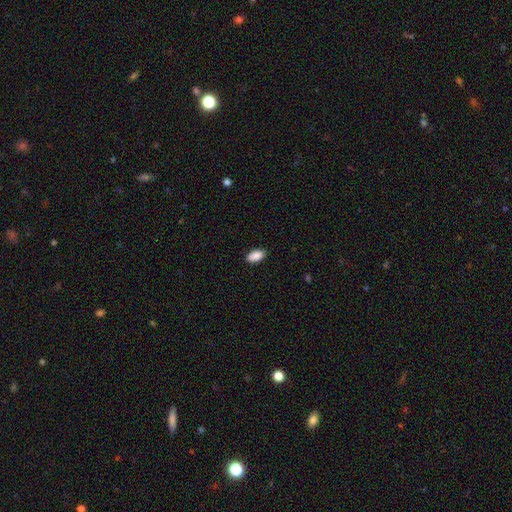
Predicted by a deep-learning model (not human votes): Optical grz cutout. It shows a smooth galaxy with no disk features (89%) that is in between round and cigar-shaped (92%). Merging: none (88%).